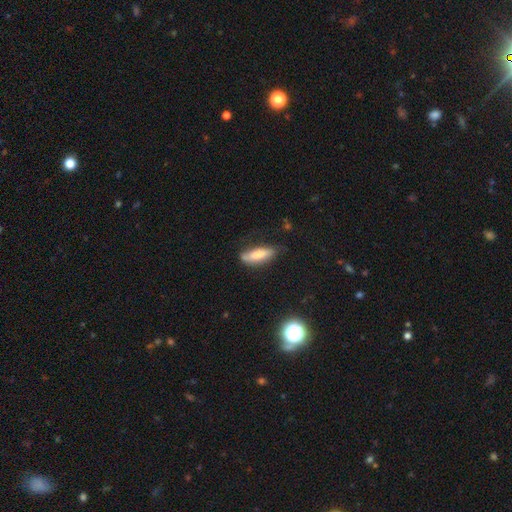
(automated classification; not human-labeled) Morphology: type=smooth (74%); roundness=in between (51%); merging=none (64%).